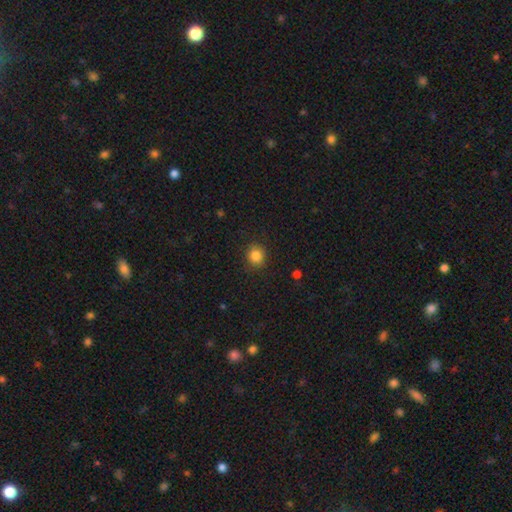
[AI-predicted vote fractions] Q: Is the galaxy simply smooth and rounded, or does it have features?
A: smooth — 85%.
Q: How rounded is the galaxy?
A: round — 84%.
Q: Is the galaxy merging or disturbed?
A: none — 89%.